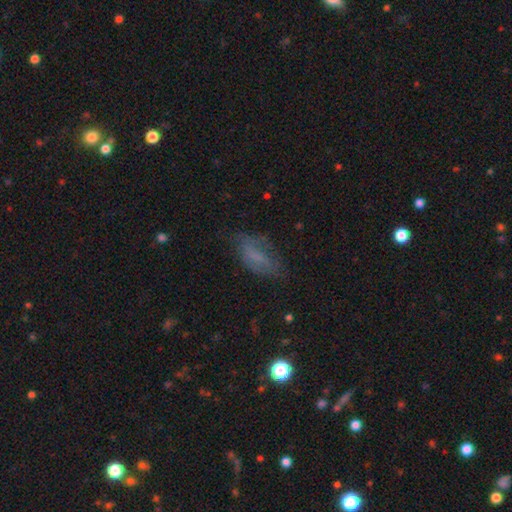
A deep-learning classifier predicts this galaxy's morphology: smooth_or_featured: smooth (p=0.56) [alt: featured or disk p=0.30]
how_rounded: in between (p=0.82) [alt: cigar-shaped p=0.14]
merging: none (p=0.54) [alt: minor disturbance p=0.27]